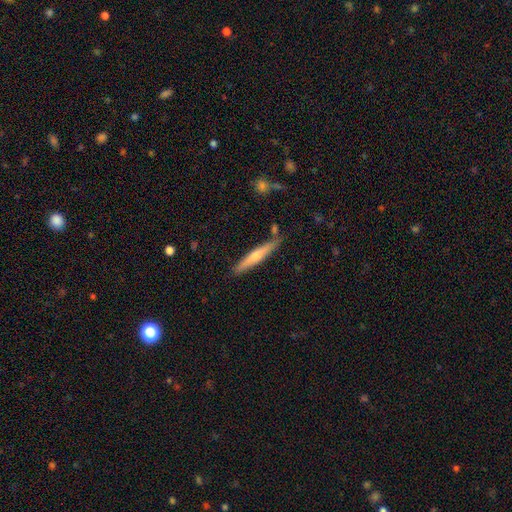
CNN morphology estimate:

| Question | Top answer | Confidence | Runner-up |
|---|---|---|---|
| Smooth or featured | featured or disk | 48% | smooth (46%) |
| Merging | none | 84% | minor disturbance (11%) |